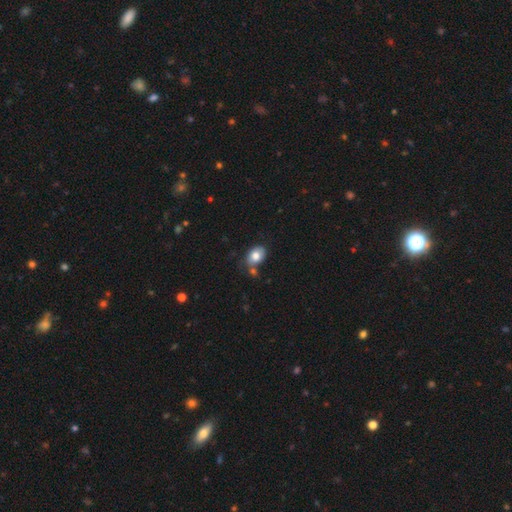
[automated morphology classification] Q: Smooth or featured?
A: smooth (79%); runner-up: featured or disk (13%)
Q: How rounded?
A: in between (75%); runner-up: round (24%)
Q: Merging?
A: none (62%); runner-up: minor disturbance (18%)